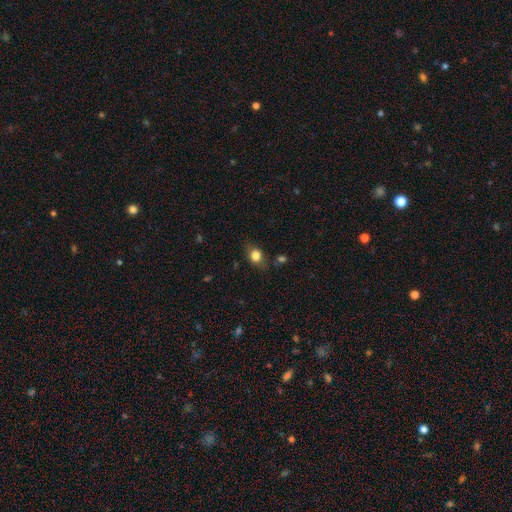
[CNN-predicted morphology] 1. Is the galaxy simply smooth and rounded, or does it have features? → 78% smooth, 11% featured or disk, 10% star or artifact.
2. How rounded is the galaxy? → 54% in between, 44% round, 3% cigar-shaped.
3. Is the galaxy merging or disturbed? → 74% none, 18% minor disturbance, 5% major disturbance, 3% merger.